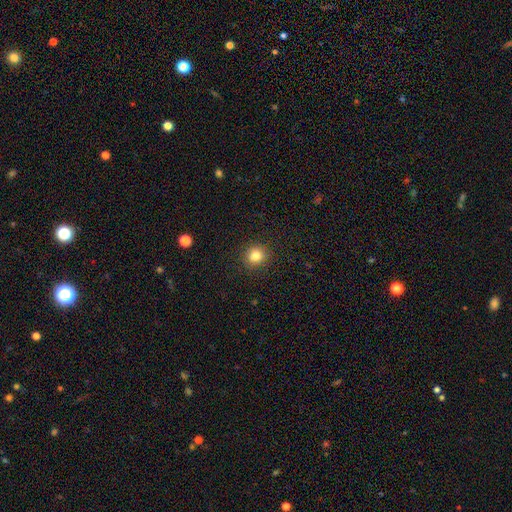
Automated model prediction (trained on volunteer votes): Q: Smooth or featured?
A: smooth (82%); runner-up: star or artifact (12%)
Q: How rounded?
A: round (85%); runner-up: in between (14%)
Q: Merging?
A: none (90%); runner-up: minor disturbance (7%)